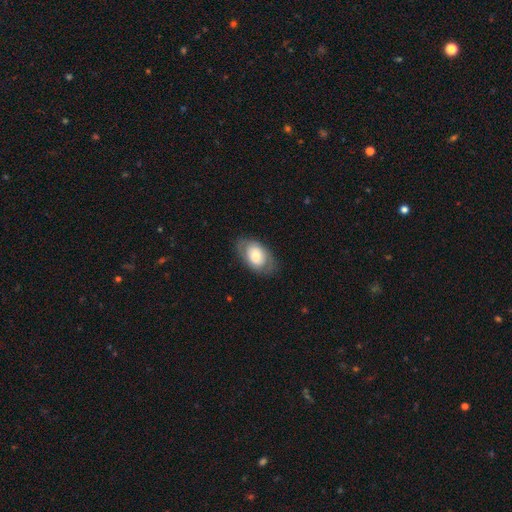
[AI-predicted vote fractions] smooth 58%, featured or disk 35%, star or artifact 7%. Down the decision tree: how rounded — in between (88%); merging — none (76%).